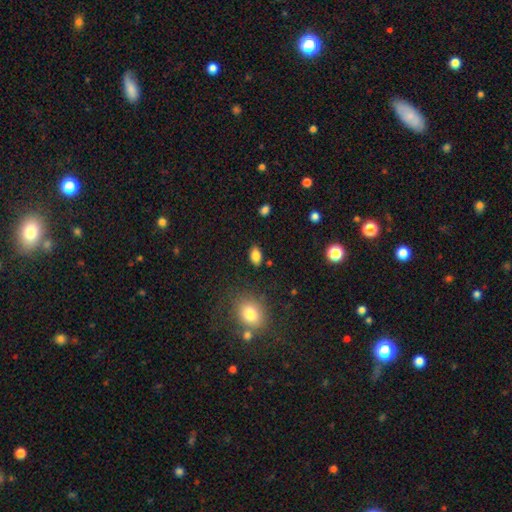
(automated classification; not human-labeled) A smooth galaxy with no disk features (83%) that is in between round and cigar-shaped (90%).

Vote fractions:
- Smooth or featured? smooth: 83% / star or artifact: 10% / featured or disk: 7%
- How rounded? in between: 90% / round: 8% / cigar-shaped: 2%
- Merging? none: 85% / minor disturbance: 11% / major disturbance: 3% / merger: 2%